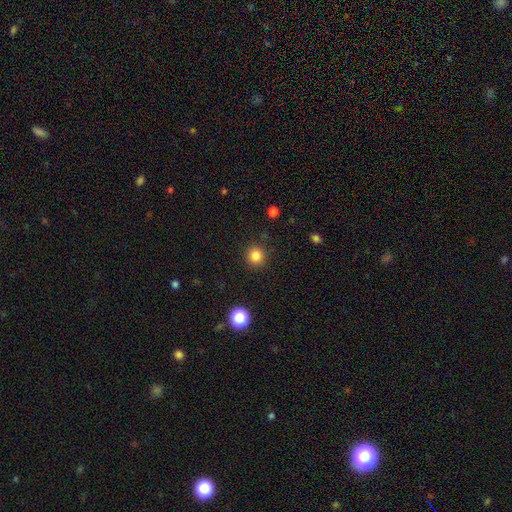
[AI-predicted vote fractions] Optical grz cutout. It shows a smooth galaxy with no disk features (83%) that is round (94%). Merging: none (90%).